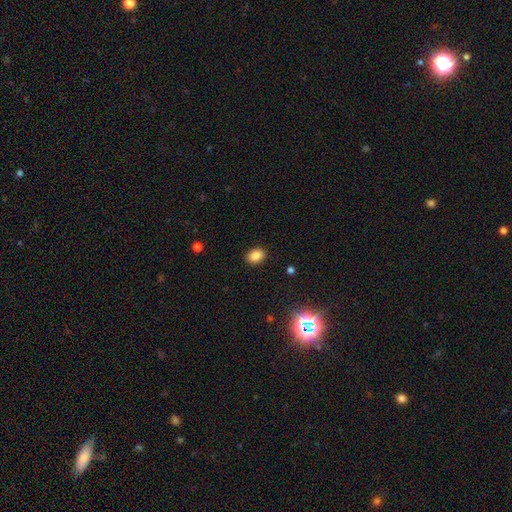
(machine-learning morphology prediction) Smooth or featured? smooth (86%)
How rounded? in between (77%)
Merging? none (88%)